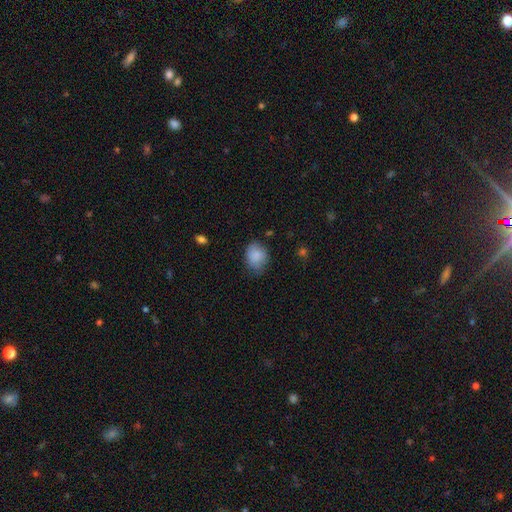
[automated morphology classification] Q: Smooth or featured?
A: smooth (85%); runner-up: featured or disk (8%)
Q: How rounded?
A: in between (57%); runner-up: round (42%)
Q: Merging?
A: none (65%); runner-up: minor disturbance (27%)